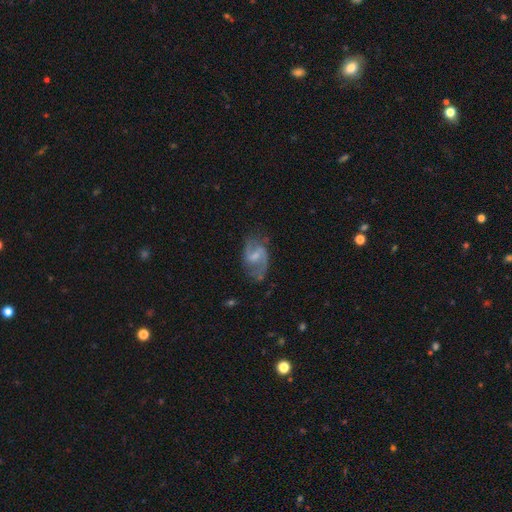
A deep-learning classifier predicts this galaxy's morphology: Q: Smooth or featured?
A: featured or disk (81%); runner-up: smooth (13%)
Q: Edge-on disk?
A: no (97%); runner-up: yes (3%)
Q: Bar?
A: weak (59%); runner-up: no (22%)
Q: Spiral arms?
A: yes (93%); runner-up: no (7%)
Q: Spiral winding?
A: medium (50%); runner-up: loose (37%)
Q: Spiral arm count?
A: 2 (87%); runner-up: can't tell (6%)
Q: Bulge size?
A: small (43%); runner-up: moderate (33%)
Q: Merging?
A: none (63%); runner-up: minor disturbance (22%)